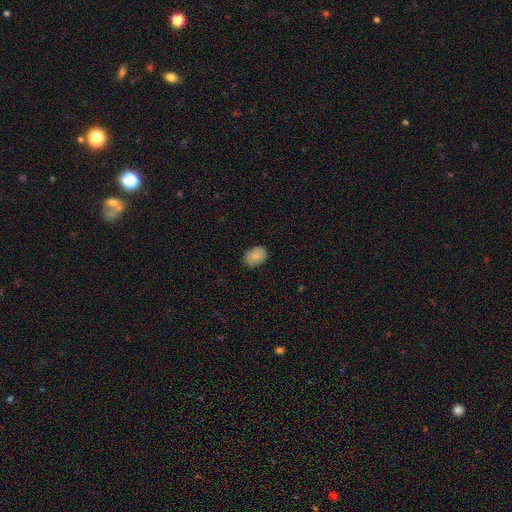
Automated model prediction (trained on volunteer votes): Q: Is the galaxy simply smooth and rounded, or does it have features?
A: smooth — 86%.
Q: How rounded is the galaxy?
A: in between — 73%.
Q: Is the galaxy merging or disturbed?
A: none — 83%.